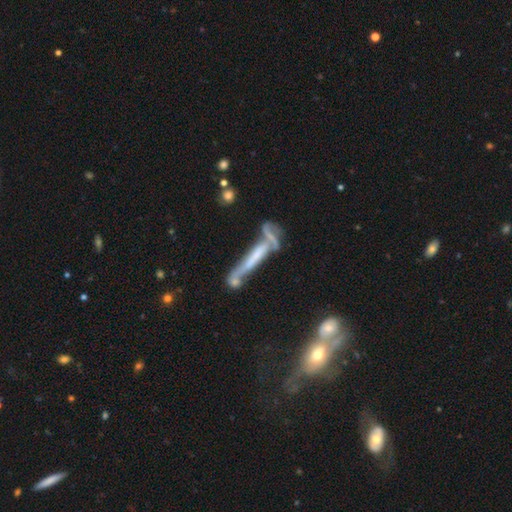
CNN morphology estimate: Q: Smooth or featured?
A: featured or disk (60%); runner-up: smooth (28%)
Q: Edge-on disk?
A: yes (63%); runner-up: no (37%)
Q: Merging?
A: merger (35%); runner-up: none (29%)